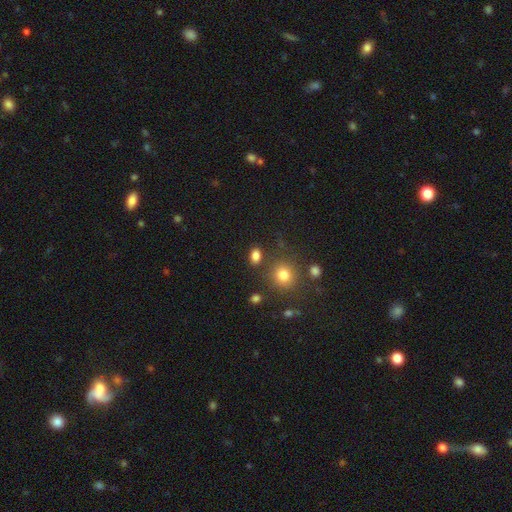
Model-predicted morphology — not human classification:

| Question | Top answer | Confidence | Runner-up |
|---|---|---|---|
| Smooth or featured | smooth | 82% | star or artifact (13%) |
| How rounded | in between | 73% | round (25%) |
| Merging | none | 80% | minor disturbance (10%) |